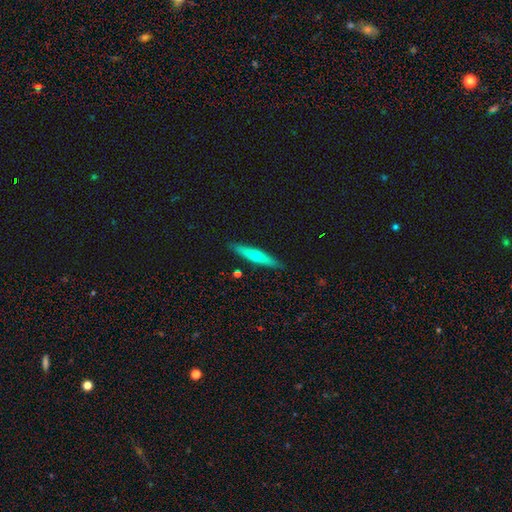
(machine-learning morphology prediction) Overall: featured or disk (47%, tied with smooth). Merging: none (90%).